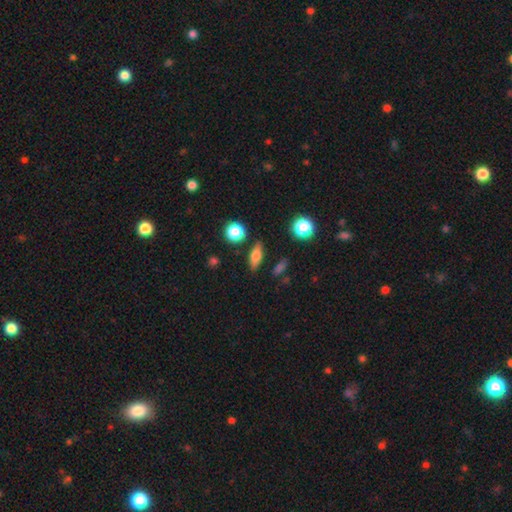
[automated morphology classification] A smooth galaxy with no disk features (67%) that is in between round and cigar-shaped (59%). Merging: none (84%).